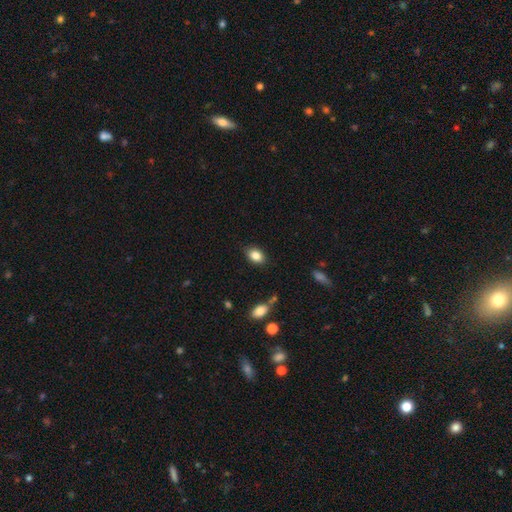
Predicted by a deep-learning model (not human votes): A smooth galaxy with no disk features (85%) that is in between round and cigar-shaped (79%).

Vote fractions:
- Smooth or featured? smooth: 85% / star or artifact: 9% / featured or disk: 7%
- How rounded? in between: 79% / round: 20% / cigar-shaped: 1%
- Merging? none: 84% / minor disturbance: 12% / major disturbance: 3% / merger: 2%